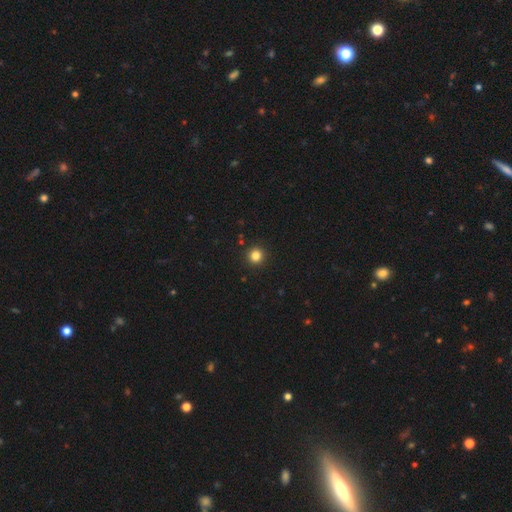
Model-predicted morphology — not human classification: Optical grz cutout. It shows a smooth galaxy with no disk features (83%) that is round (95%). Merging: none (93%).